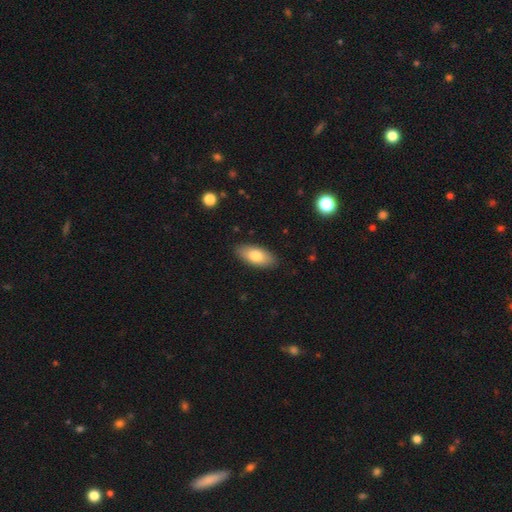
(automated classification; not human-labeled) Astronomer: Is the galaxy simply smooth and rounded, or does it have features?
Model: smooth — 77%.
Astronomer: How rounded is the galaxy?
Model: in between — 89%.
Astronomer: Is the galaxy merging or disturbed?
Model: none — 87%.